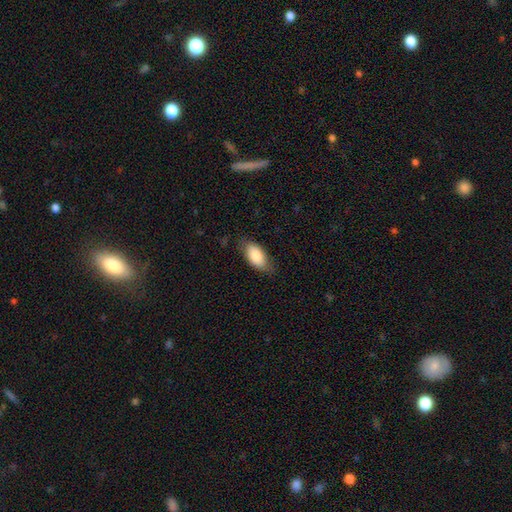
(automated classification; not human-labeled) This is clearly a smooth galaxy (84%). How rounded: clearly in between (91%). Merging: likely none (72%).